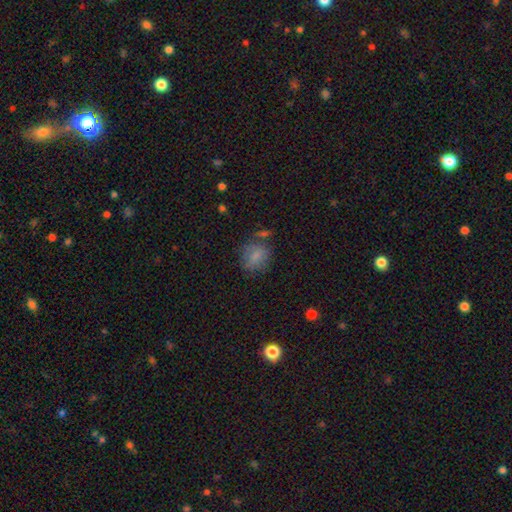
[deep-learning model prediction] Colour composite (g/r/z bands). It shows a smooth galaxy with no disk features (77%) that is round (68%). Merging: none (62%).